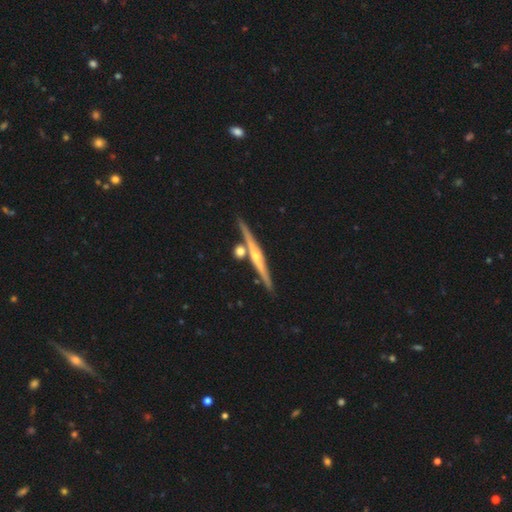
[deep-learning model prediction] Q: Smooth or featured?
A: featured or disk (83%); runner-up: smooth (11%)
Q: Edge-on disk?
A: yes (98%); runner-up: no (2%)
Q: Edge-on bulge?
A: rounded (77%); runner-up: none (15%)
Q: Merging?
A: none (82%); runner-up: minor disturbance (8%)